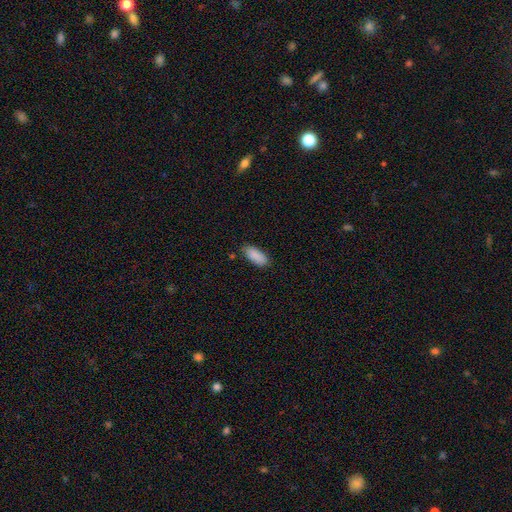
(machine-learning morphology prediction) Overall: smooth (90%). How rounded: in between (84%). Merging: none (83%).